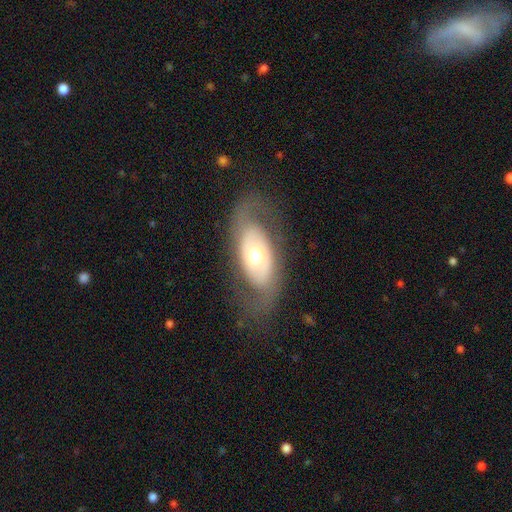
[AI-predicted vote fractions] featured or disk 61%, smooth 33%, star or artifact 6%. Down the decision tree: edge-on disk — no (87%); bar — no (80%); spiral arms — no (55%); bulge size — moderate (63%); merging — none (74%).